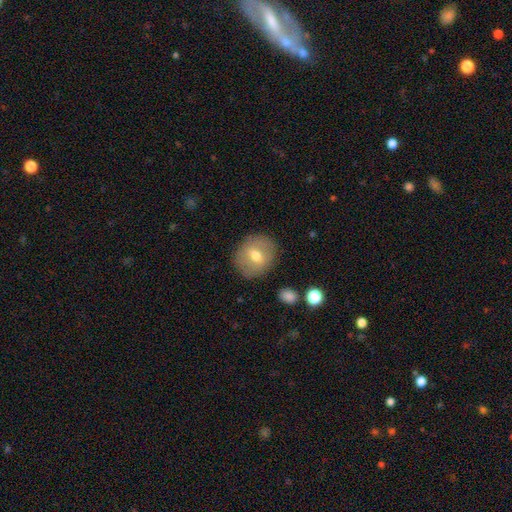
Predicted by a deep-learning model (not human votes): Q: Smooth or featured?
A: smooth (60%); runner-up: featured or disk (31%)
Q: How rounded?
A: round (72%); runner-up: in between (27%)
Q: Merging?
A: none (85%); runner-up: minor disturbance (10%)